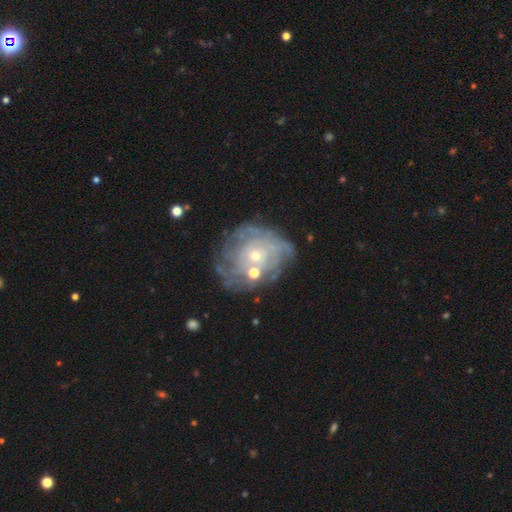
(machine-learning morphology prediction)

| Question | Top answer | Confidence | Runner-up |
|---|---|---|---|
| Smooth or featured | featured or disk | 78% | smooth (13%) |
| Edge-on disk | no | 97% | yes (3%) |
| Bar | no | 82% | weak (15%) |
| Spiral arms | yes | 81% | no (19%) |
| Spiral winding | tight | 70% | medium (22%) |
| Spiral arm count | can't tell | 52% | 4 (13%) |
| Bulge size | small | 71% | moderate (24%) |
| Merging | none | 64% | minor disturbance (19%) |